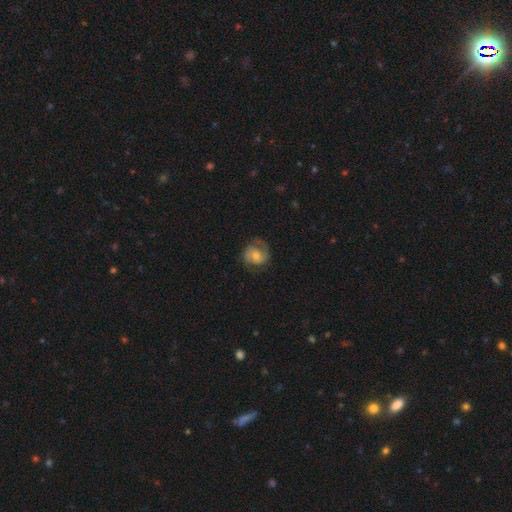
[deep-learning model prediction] featured or disk 58%, smooth 34%, star or artifact 8%. Down the decision tree: edge-on disk — no (97%); bar — no (66%); spiral arms — yes (84%); bulge size — moderate (52%); merging — none (67%).